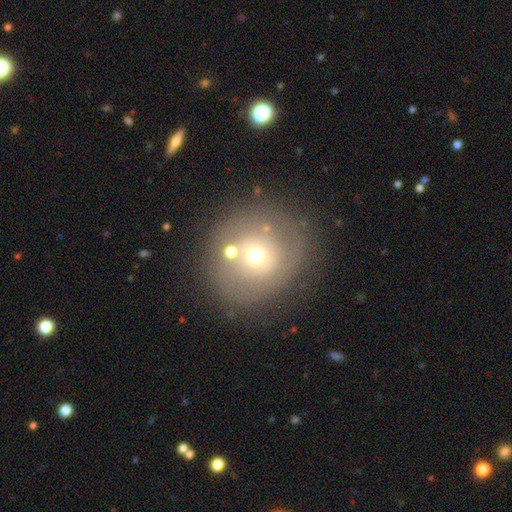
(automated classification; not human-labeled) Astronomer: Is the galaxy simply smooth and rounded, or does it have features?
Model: smooth — 51% (runner-up: featured or disk, 36%).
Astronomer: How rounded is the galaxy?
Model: round — 88%.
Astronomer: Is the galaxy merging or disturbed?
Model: none — 74%.